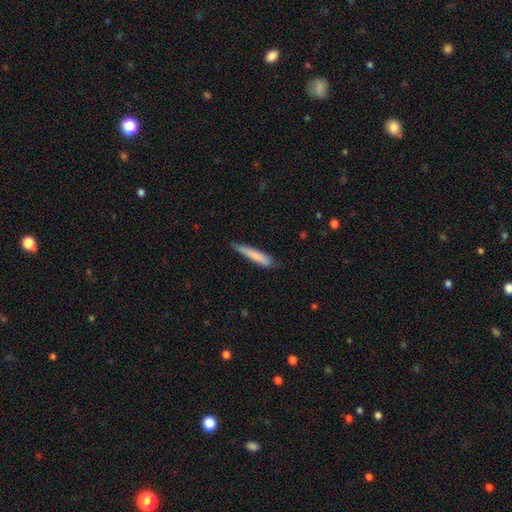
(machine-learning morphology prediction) smooth-or-featured: smooth: 78% | featured or disk: 16% | star or artifact: 6%
  how-rounded: cigar-shaped: 91% | in between: 7% | round: 1%
  merging: none: 67% | minor disturbance: 27% | major disturbance: 4% | merger: 2%